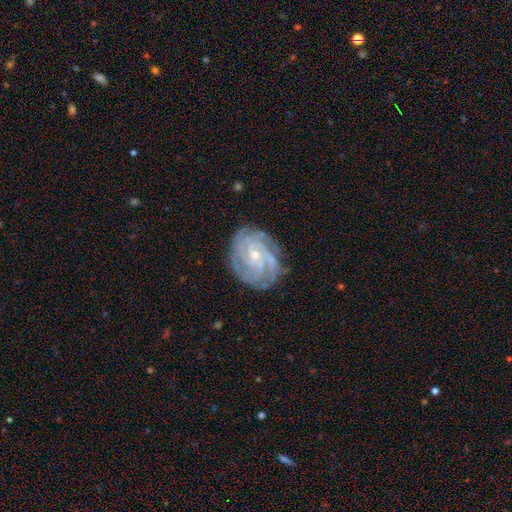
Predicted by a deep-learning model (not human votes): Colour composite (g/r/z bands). It shows a featured or disk galaxy (88%) with no bar (61%), 4 (25%) tight (76%) spiral arms (98%) and a small central bulge (63%). Merging: none (79%).